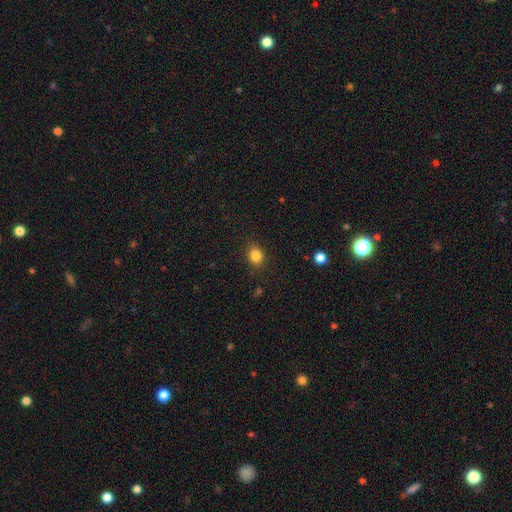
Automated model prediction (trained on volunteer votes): A smooth galaxy with no disk features (84%) that is round (59%). Merging: none (87%).